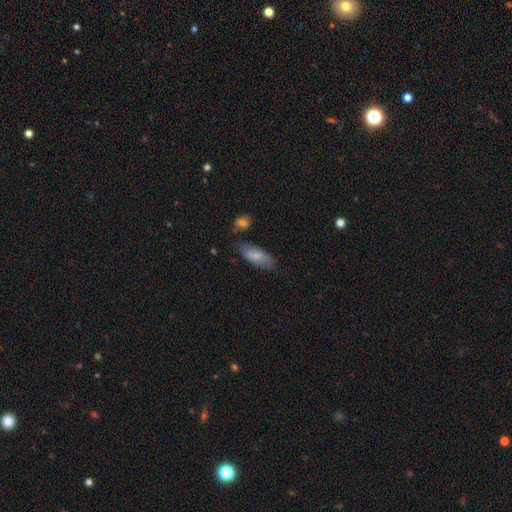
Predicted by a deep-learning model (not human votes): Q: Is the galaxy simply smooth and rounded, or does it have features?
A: smooth — 76%.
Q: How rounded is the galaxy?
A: in between — 80%.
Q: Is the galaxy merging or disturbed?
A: none — 68%.